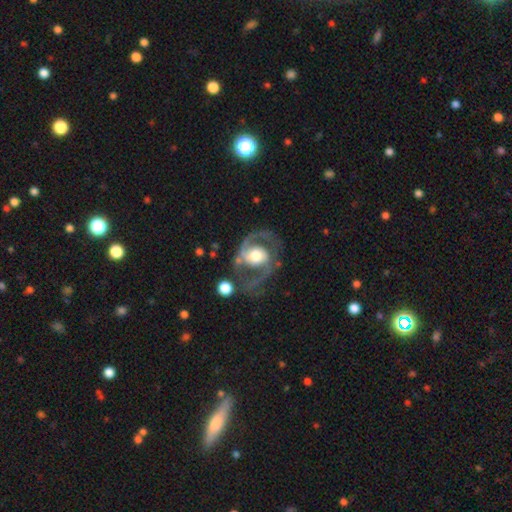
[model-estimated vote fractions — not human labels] smooth_or_featured: featured or disk (p=0.87) [alt: smooth p=0.08]
disk_edge_on: no (p=0.98) [alt: yes p=0.02]
bar: no (p=0.55) [alt: weak p=0.32]
has_spiral_arms: yes (p=0.94) [alt: no p=0.06]
spiral_winding: medium (p=0.57) [alt: loose p=0.25]
spiral_arm_count: 2 (p=0.89) [alt: 1 p=0.05]
bulge_size: moderate (p=0.53) [alt: large p=0.36]
merging: none (p=0.61) [alt: major disturbance p=0.17]